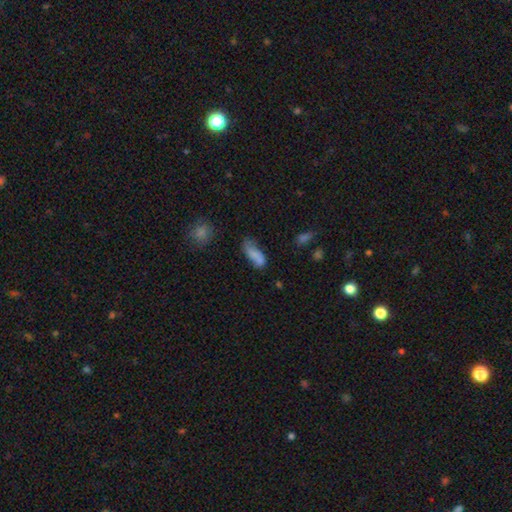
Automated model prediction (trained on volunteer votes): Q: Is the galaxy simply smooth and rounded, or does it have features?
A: smooth — 72%.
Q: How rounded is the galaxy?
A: in between — 74%.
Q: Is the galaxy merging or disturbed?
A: none — 40%.